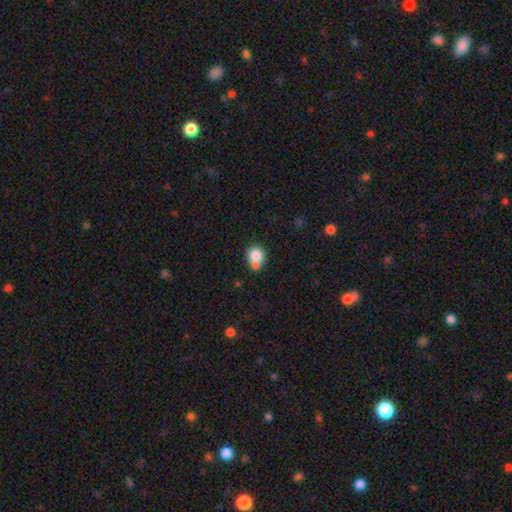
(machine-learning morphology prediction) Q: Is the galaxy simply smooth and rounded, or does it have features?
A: smooth — 77%.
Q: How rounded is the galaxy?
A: round — 76%.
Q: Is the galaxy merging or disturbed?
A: none — 41%.